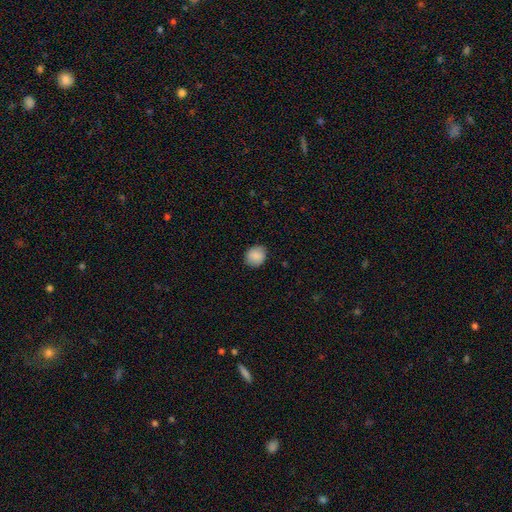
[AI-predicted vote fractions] Q: Smooth or featured?
A: smooth (85%); runner-up: star or artifact (7%)
Q: How rounded?
A: round (69%); runner-up: in between (30%)
Q: Merging?
A: none (84%); runner-up: minor disturbance (12%)